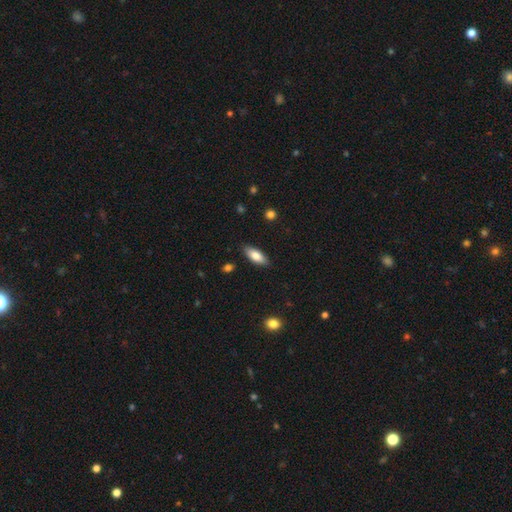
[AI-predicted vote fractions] A smooth galaxy with no disk features (79%) that is in between round and cigar-shaped (75%). Merging: none (86%).